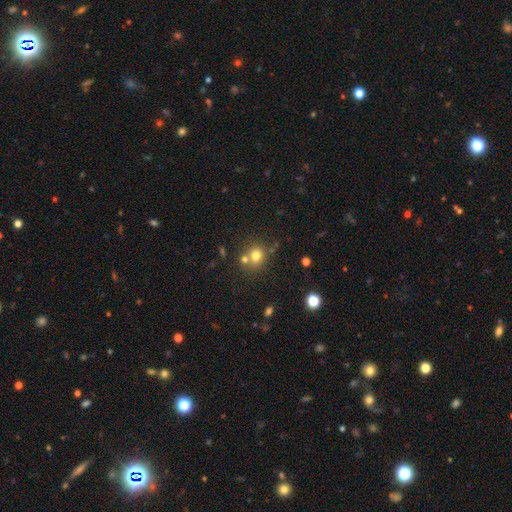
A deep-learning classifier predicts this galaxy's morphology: Smooth or featured? Predicted: smooth (p=0.74). How rounded? Predicted: round (p=0.81). Merging? Predicted: none (p=0.61).